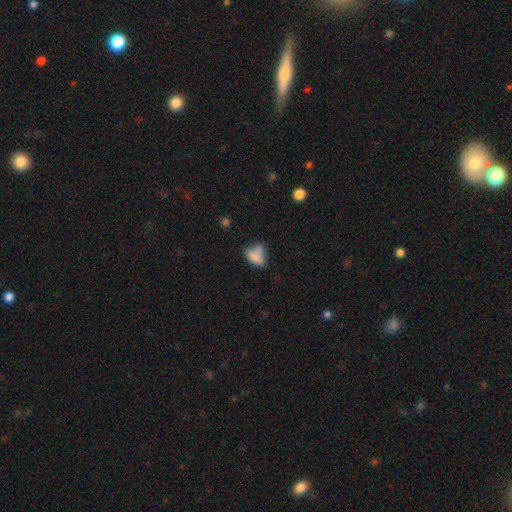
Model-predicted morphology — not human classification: smooth 73%, featured or disk 15%, star or artifact 11%. Down the decision tree: how rounded — in between (84%); merging — none (36%).